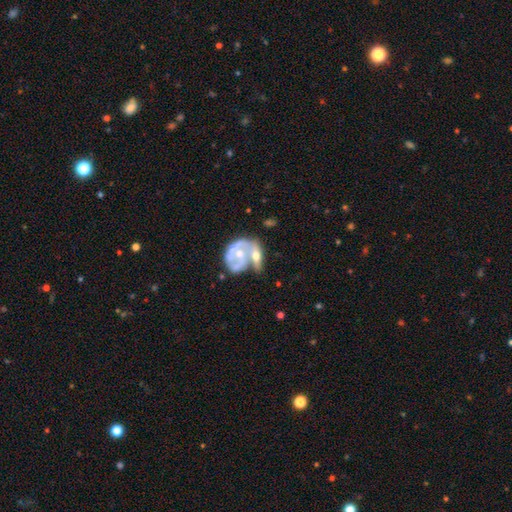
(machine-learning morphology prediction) A featured or disk galaxy (67%) with no bar (75%), spiral arms (62%) and a moderate central bulge (53%).

Vote fractions:
- Smooth or featured? featured or disk: 67% / smooth: 27% / star or artifact: 6%
- Edge-on disk? no: 94% / yes: 6%
- Bar? no: 75% / weak: 20% / strong: 5%
- Spiral arms? yes: 62% / no: 38%
- Bulge size? moderate: 53% / small: 37% / none: 4% / large: 4% / dominant: 2%
- Merging? merger: 55% / none: 22% / minor disturbance: 12% / major disturbance: 11%